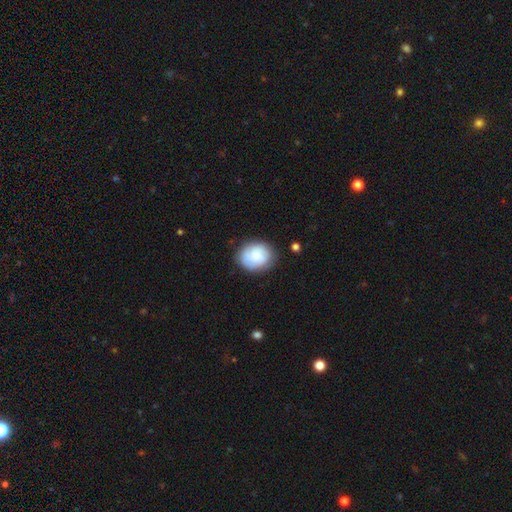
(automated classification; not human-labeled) The model was most divided on "how rounded": round: 57%, in between: 42%, cigar-shaped: 1%. More confident: merging — none (76%); smooth or featured — smooth (70%).